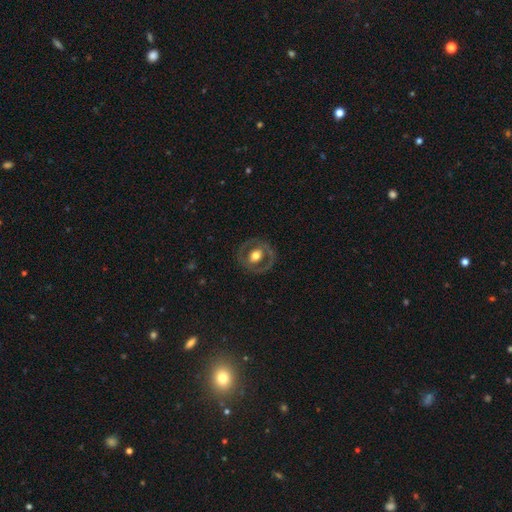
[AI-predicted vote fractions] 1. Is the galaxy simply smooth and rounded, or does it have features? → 59% featured or disk, 35% smooth, 6% star or artifact.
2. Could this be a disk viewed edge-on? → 94% no, 6% yes.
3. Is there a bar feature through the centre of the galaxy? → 70% no, 21% weak, 9% strong.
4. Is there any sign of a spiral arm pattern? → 77% no, 23% yes.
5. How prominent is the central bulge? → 56% moderate, 35% large, 5% small, 2% dominant, 1% none.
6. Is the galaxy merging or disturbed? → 79% none, 12% minor disturbance, 7% major disturbance, 1% merger.